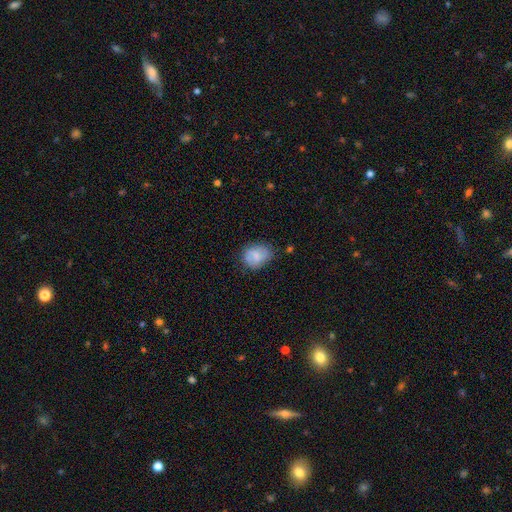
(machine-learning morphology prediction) Smooth or featured? Predicted: smooth (p=0.74). How rounded? Predicted: in between (p=0.50). Merging? Predicted: none (p=0.63).